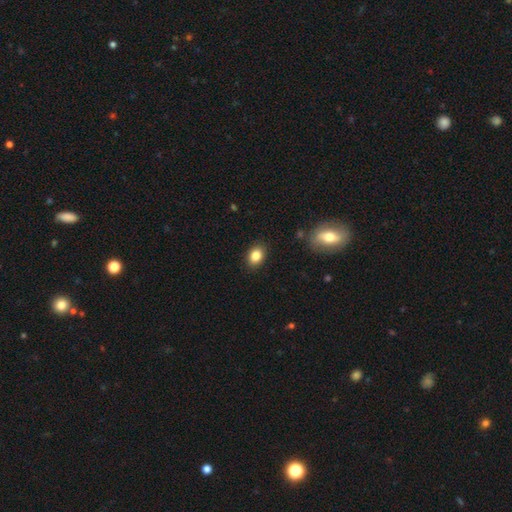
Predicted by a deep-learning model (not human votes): Overall: smooth (85%). How rounded: in between (69%). Merging: none (88%).